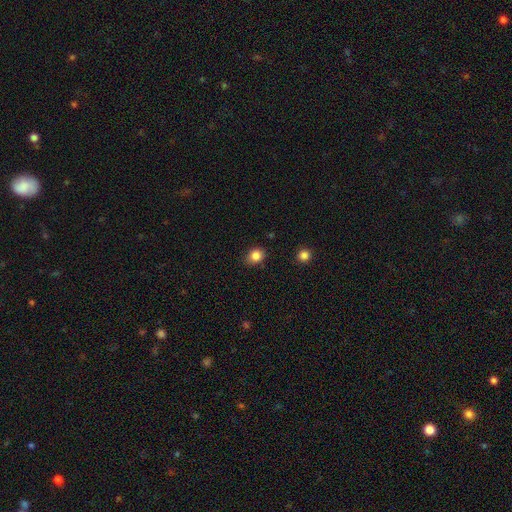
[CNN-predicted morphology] smooth_or_featured: smooth (p=0.85) [alt: star or artifact p=0.10]
how_rounded: round (p=0.54) [alt: in between p=0.45]
merging: none (p=0.84) [alt: minor disturbance p=0.12]